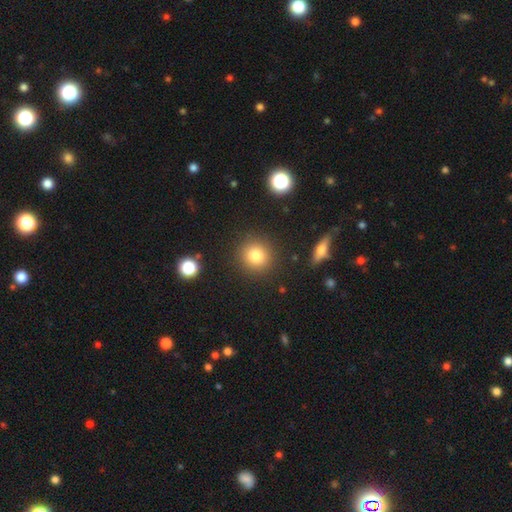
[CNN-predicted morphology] The model was most divided on "smooth or featured": smooth: 82%, star or artifact: 11%, featured or disk: 7%. More confident: how rounded — round (90%); merging — none (89%).